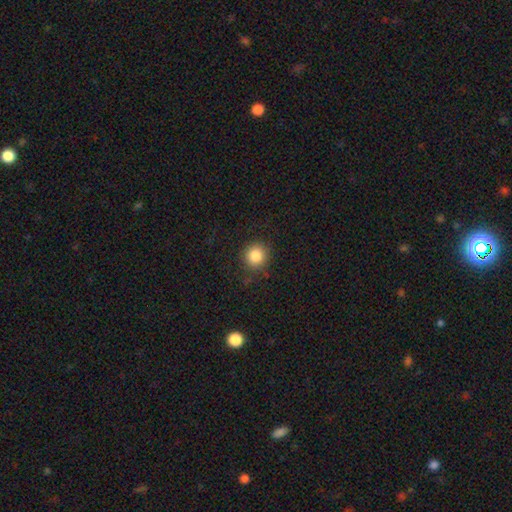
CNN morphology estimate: A smooth galaxy with no disk features (85%) that is round (90%).

Vote fractions:
- Smooth or featured? smooth: 85% / star or artifact: 10% / featured or disk: 5%
- How rounded? round: 90% / in between: 9% / cigar-shaped: 1%
- Merging? none: 86% / minor disturbance: 9% / major disturbance: 3% / merger: 1%